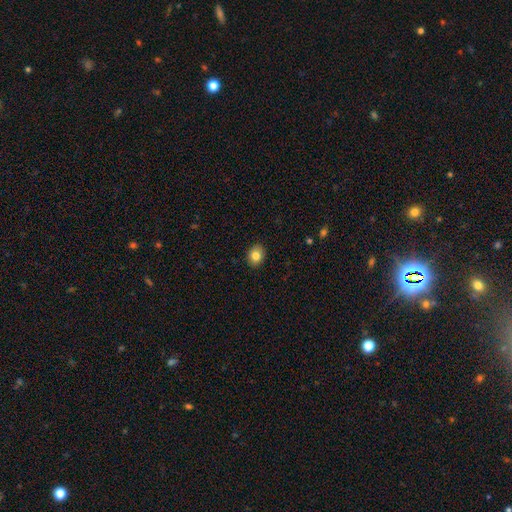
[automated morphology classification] The model was most divided on "how rounded": in between: 55%, round: 45%, cigar-shaped: 1%. More confident: merging — none (90%); smooth or featured — smooth (82%).